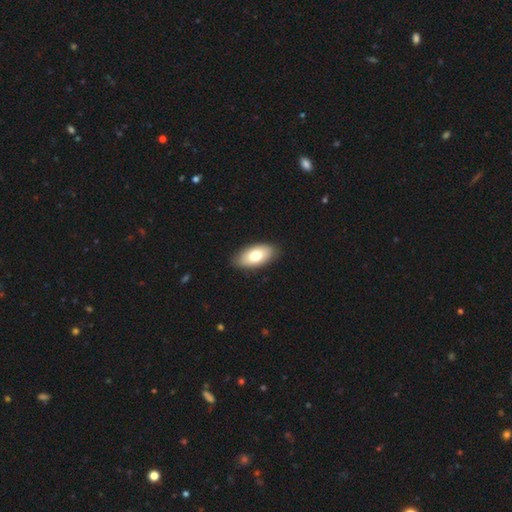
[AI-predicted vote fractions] smooth_or_featured: smooth (p=0.75) [alt: featured or disk p=0.19]
how_rounded: in between (p=0.93) [alt: cigar-shaped p=0.04]
merging: none (p=0.87) [alt: minor disturbance p=0.10]